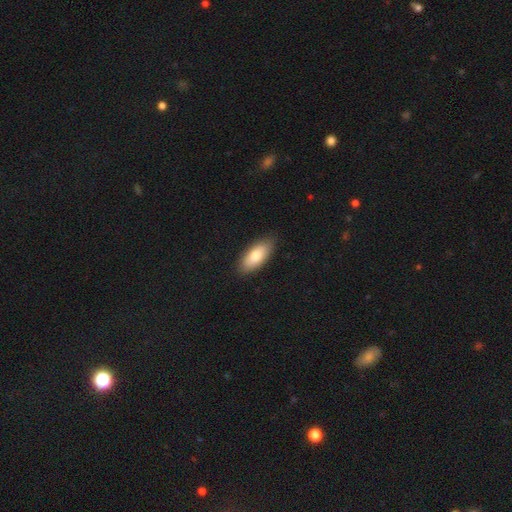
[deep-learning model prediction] Overall: smooth (79%). How rounded: in between (86%). Merging: none (87%).